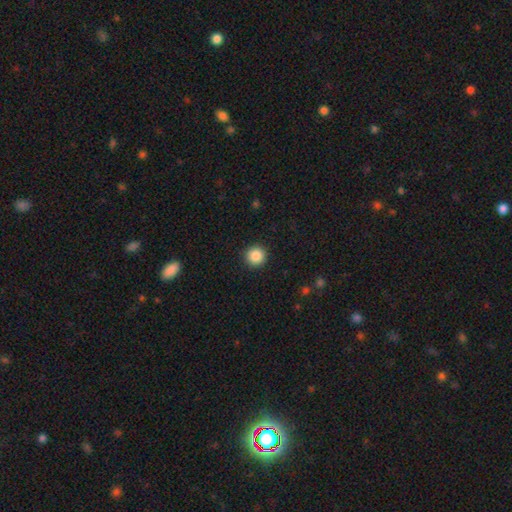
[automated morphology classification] smooth_or_featured: smooth (p=0.87) [alt: star or artifact p=0.10]
how_rounded: round (p=0.95) [alt: in between p=0.04]
merging: none (p=0.92) [alt: minor disturbance p=0.05]